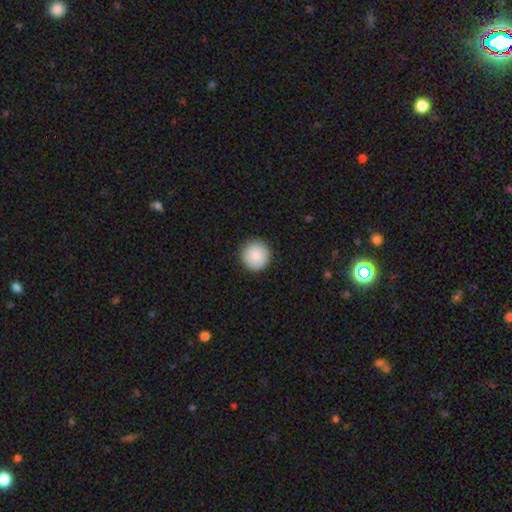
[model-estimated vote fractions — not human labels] smooth 88%, star or artifact 7%, featured or disk 6%. Down the decision tree: how rounded — round (96%); merging — none (92%).